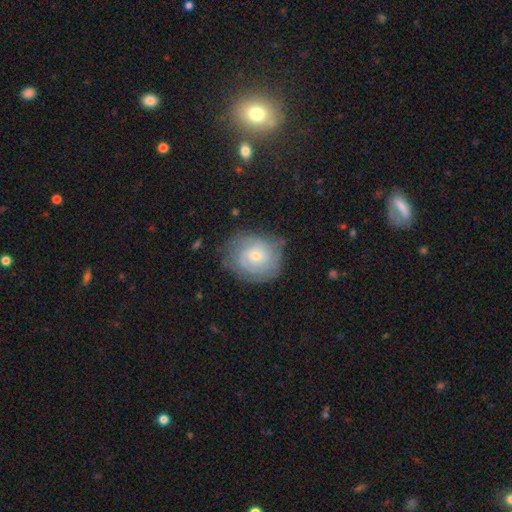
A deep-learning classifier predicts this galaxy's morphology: Smooth or featured? featured or disk (65%)
Edge-on disk? no (97%)
Bar? no (62%)
Spiral arms? yes (87%)
Spiral winding? tight (69%)
Spiral arm count? can't tell (46%)
Bulge size? small (61%)
Merging? none (72%)